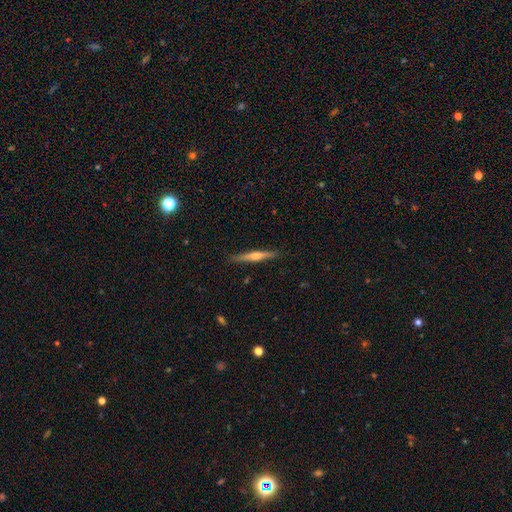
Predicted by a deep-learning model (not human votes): featured or disk 62%, smooth 32%, star or artifact 6%. Down the decision tree: edge-on disk — yes (98%); edge-on bulge — rounded (77%); merging — none (90%).